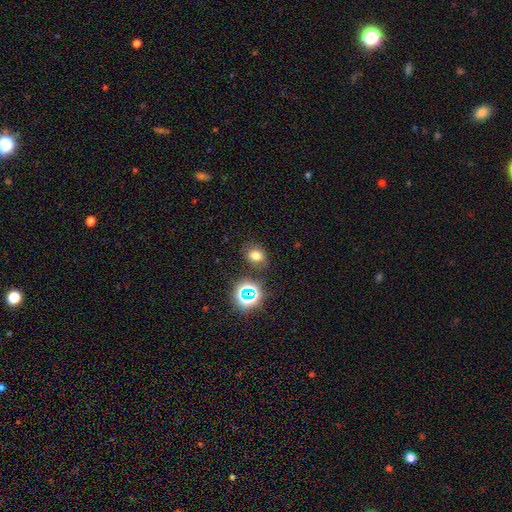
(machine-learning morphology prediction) Smooth or featured?
  - smooth: 68% *
  - star or artifact: 23%
  - featured or disk: 9%
How rounded?
  - in between: 52% *
  - round: 47%
  - cigar-shaped: 1%
Merging?
  - none: 76% *
  - minor disturbance: 14%
  - merger: 6%
  - major disturbance: 5%